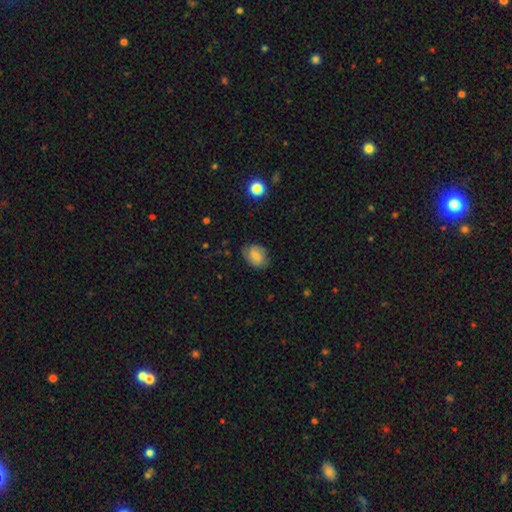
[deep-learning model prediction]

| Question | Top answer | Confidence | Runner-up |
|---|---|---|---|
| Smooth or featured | smooth | 64% | featured or disk (27%) |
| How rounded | in between | 69% | round (30%) |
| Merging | none | 72% | minor disturbance (22%) |